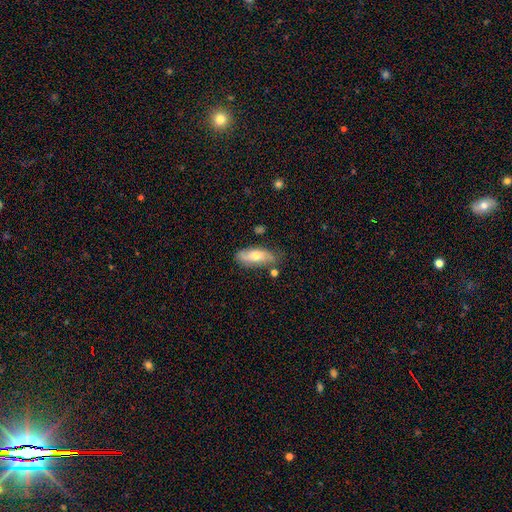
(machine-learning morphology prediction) Smooth or featured?
  - smooth: 55% *
  - featured or disk: 39%
  - star or artifact: 6%
How rounded?
  - in between: 75% *
  - cigar-shaped: 22%
  - round: 3%
Merging?
  - none: 70% *
  - minor disturbance: 21%
  - merger: 5%
  - major disturbance: 5%